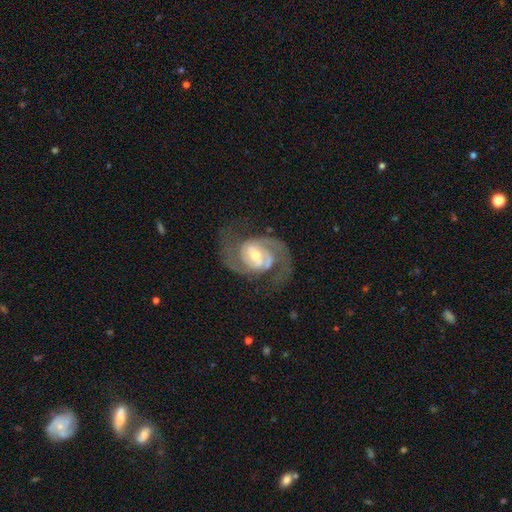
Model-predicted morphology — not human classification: Overall: featured or disk (92%). Edge-on disk: no (98%). Bar: weak (49%; no 31%). Spiral arms: yes (98%). Spiral arm count: 2 (90%). Spiral winding: medium (56%; tight 29%). Bulge size: moderate (52%; small 41%). Merging: none (71%).